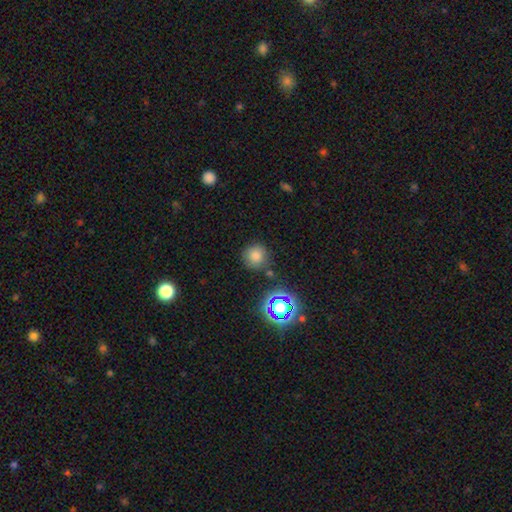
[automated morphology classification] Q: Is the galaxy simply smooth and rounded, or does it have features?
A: smooth — 75%.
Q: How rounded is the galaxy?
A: round — 92%.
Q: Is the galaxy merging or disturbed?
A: none — 79%.